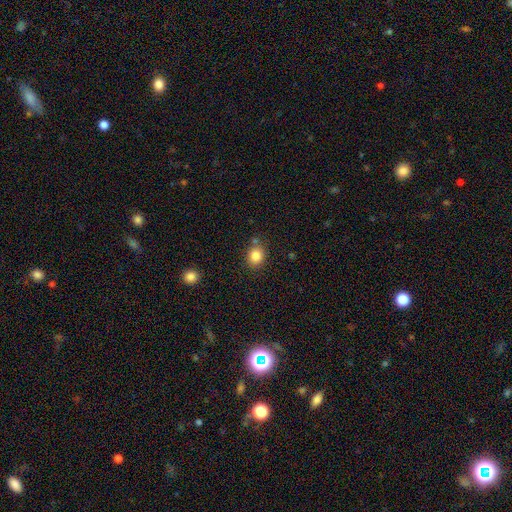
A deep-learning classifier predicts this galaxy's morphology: smooth 84%, star or artifact 10%, featured or disk 5%. Down the decision tree: how rounded — round (66%); merging — none (75%).